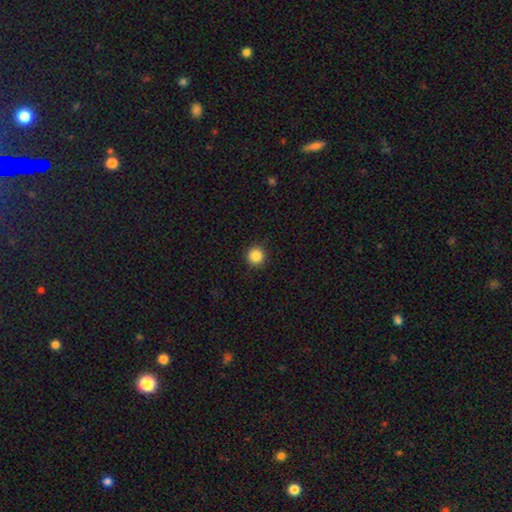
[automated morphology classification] This is clearly a smooth galaxy (88%). How rounded: clearly round (96%). Merging: clearly none (92%).